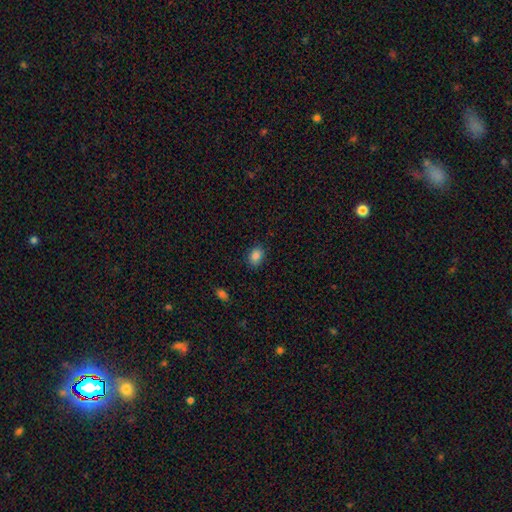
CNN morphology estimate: smooth 86%, star or artifact 10%, featured or disk 4%. Down the decision tree: how rounded — in between (70%); merging — none (85%).